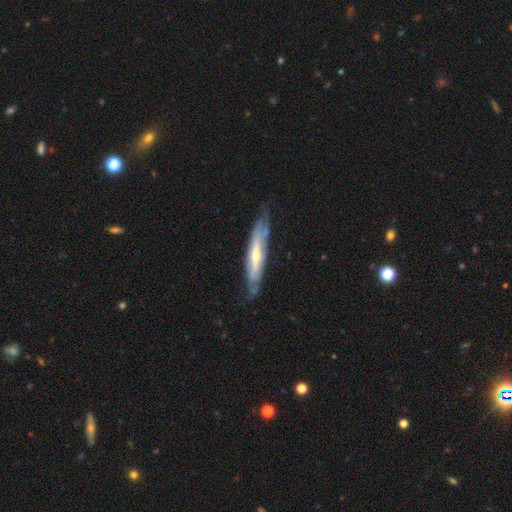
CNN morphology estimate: A featured or disk galaxy (70%) viewed edge-on (60%). Merging: none (69%).